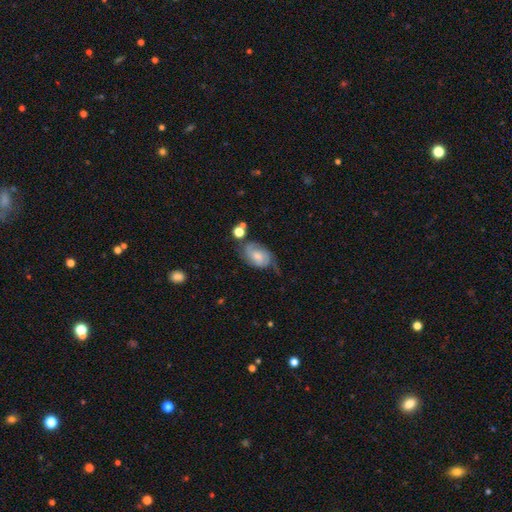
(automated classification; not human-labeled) This appears to be a featured or disk galaxy (53%) with no bar (61%), spiral arms (84%) and a moderate central bulge (46%). Merging: none (44%).